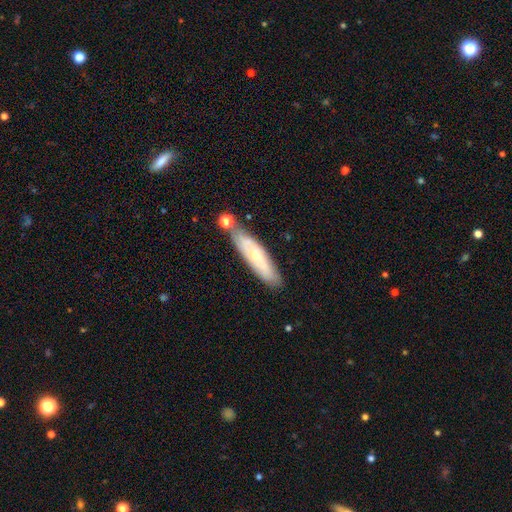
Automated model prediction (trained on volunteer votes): smooth-or-featured: featured or disk: 52% | smooth: 41% | star or artifact: 6%
  disk-edge-on: no: 57% | yes: 43%
  merging: none: 68% | minor disturbance: 18% | merger: 11% | major disturbance: 4%